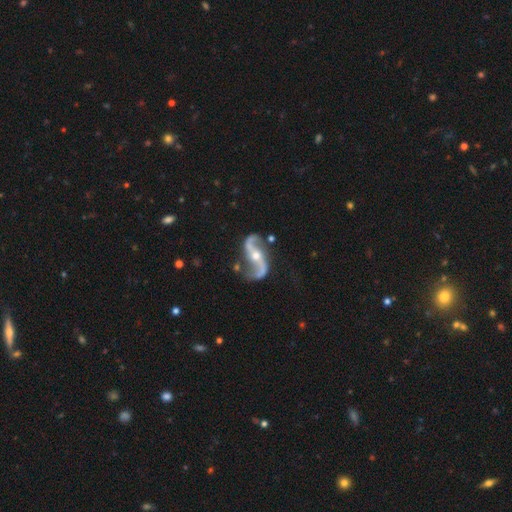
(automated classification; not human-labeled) A featured or disk galaxy (93%) with no bar (43%), 2 (95%) loose (77%) spiral arms (98%) and a moderate central bulge (60%). Merging: none (76%).